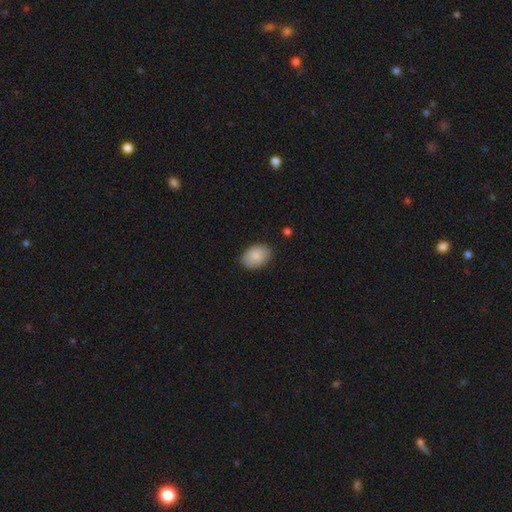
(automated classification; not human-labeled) Smooth or featured? smooth (88%)
How rounded? in between (84%)
Merging? none (86%)